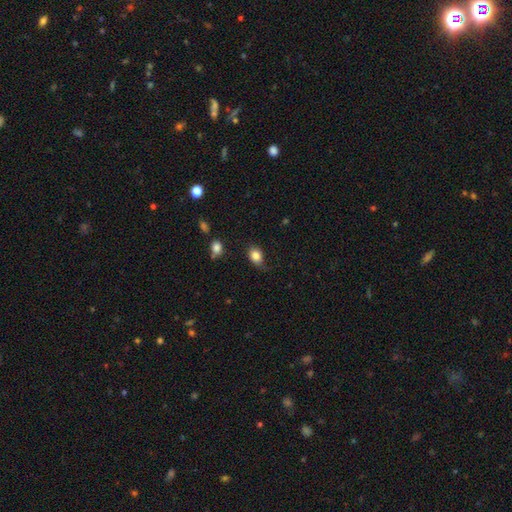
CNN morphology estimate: This appears to be a smooth galaxy with no disk features (83%) that is in between round and cigar-shaped (65%). Merging: none (66%).